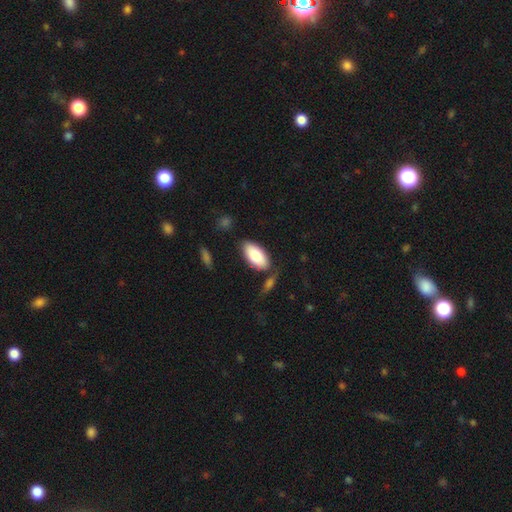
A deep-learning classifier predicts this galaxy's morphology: Smooth or featured? Predicted: smooth (p=0.82). How rounded? Predicted: in between (p=0.94). Merging? Predicted: none (p=0.72).